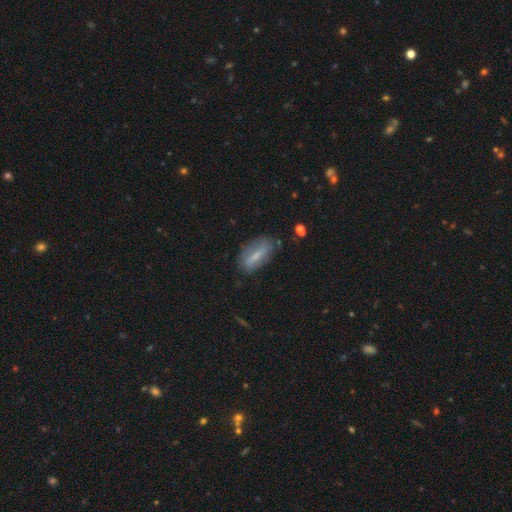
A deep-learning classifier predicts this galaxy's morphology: smooth 54%, featured or disk 37%, star or artifact 9%. Down the decision tree: how rounded — in between (64%); merging — none (70%).